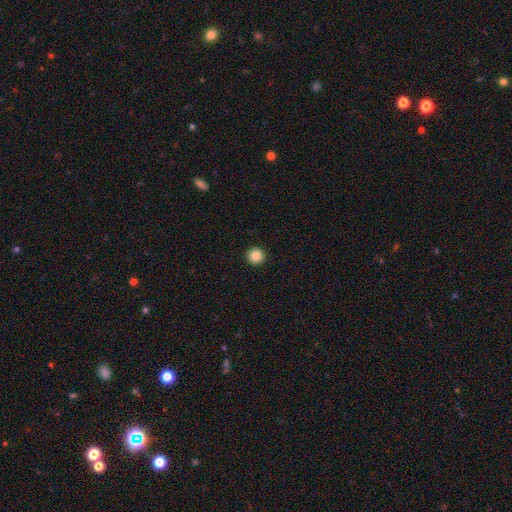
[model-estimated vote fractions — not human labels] smooth 85%, star or artifact 10%, featured or disk 5%. Down the decision tree: how rounded — round (94%); merging — none (94%).